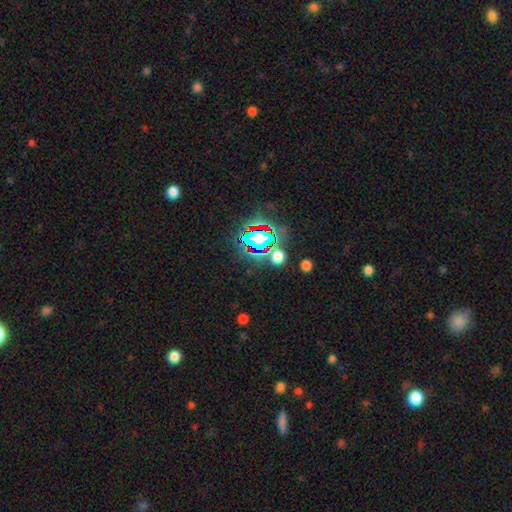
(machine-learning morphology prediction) smooth_or_featured: star or artifact (p=0.82) [alt: smooth p=0.11]